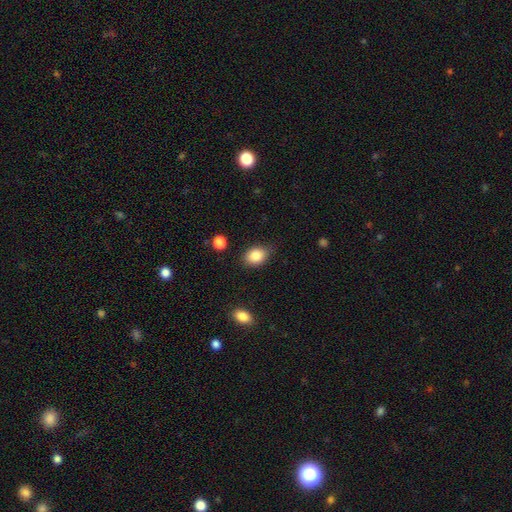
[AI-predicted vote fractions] Smooth or featured?
  - smooth: 86% *
  - star or artifact: 8%
  - featured or disk: 6%
How rounded?
  - in between: 66% *
  - round: 32%
  - cigar-shaped: 1%
Merging?
  - none: 77% *
  - minor disturbance: 17%
  - major disturbance: 4%
  - merger: 2%